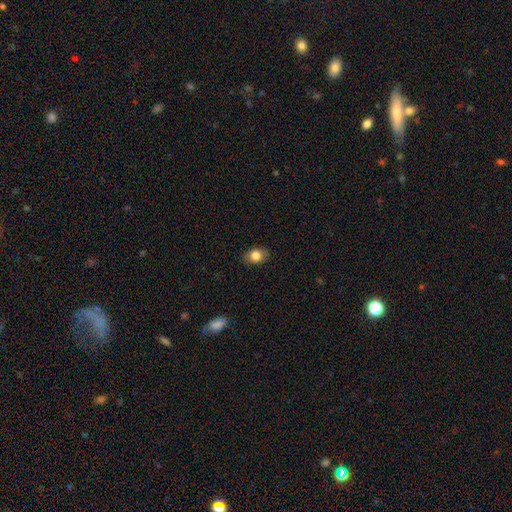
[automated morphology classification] Smooth or featured: smooth — 81% (featured or disk — 10%)
How rounded: in between — 72% (round — 27%)
Merging: none — 85% (minor disturbance — 11%)